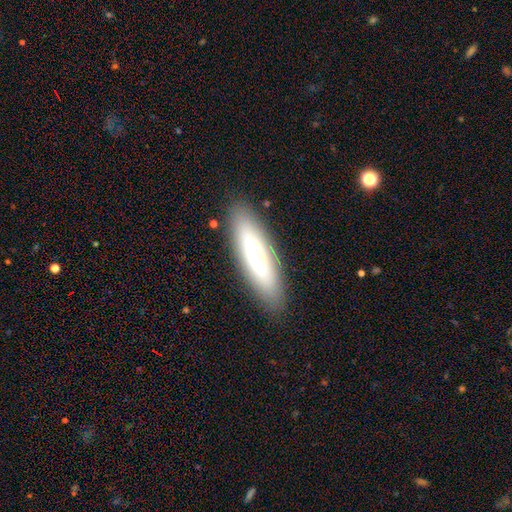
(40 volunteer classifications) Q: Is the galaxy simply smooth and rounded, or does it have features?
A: smooth — 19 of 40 (48%).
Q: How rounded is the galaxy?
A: cigar-shaped — 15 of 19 (79%).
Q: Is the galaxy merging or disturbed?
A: none — 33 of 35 (94%).